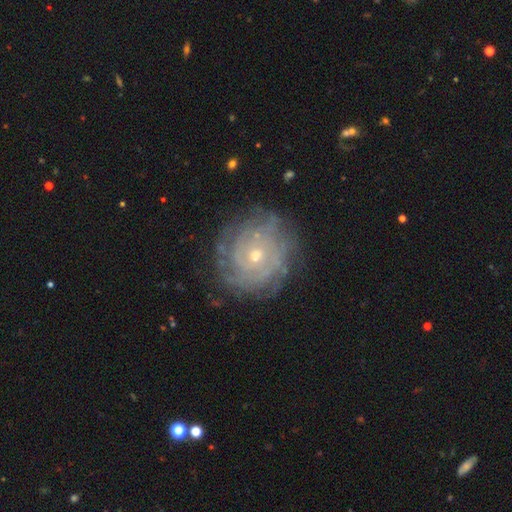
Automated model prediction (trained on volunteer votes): smooth-or-featured: featured or disk: 81% | smooth: 12% | star or artifact: 8%
  disk-edge-on: no: 97% | yes: 3%
    bar: no: 78% | weak: 19% | strong: 4%
    has-spiral-arms: yes: 91% | no: 9%
      spiral-winding: tight: 79% | medium: 17% | loose: 5%
      spiral-arm-count: can't tell: 47% | 4: 13% | 3: 13% | 2: 12% | more than 4: 9% | 1: 6%
    bulge-size: small: 54% | moderate: 43% | large: 2% | none: 1% | dominant: 1%
  merging: none: 78% | minor disturbance: 14% | major disturbance: 6% | merger: 1%